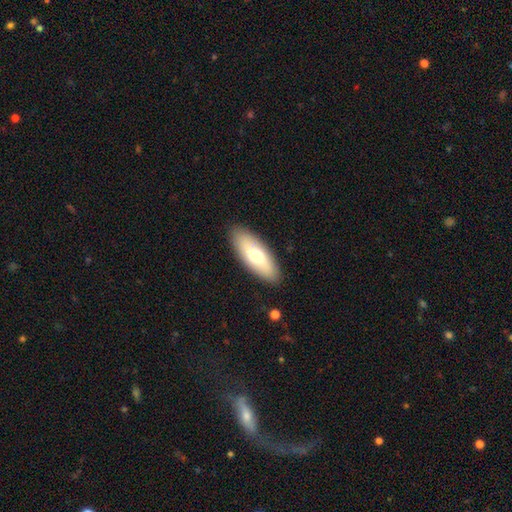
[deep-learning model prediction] Overall: smooth (67%). How rounded: in between (70%). Merging: none (89%).